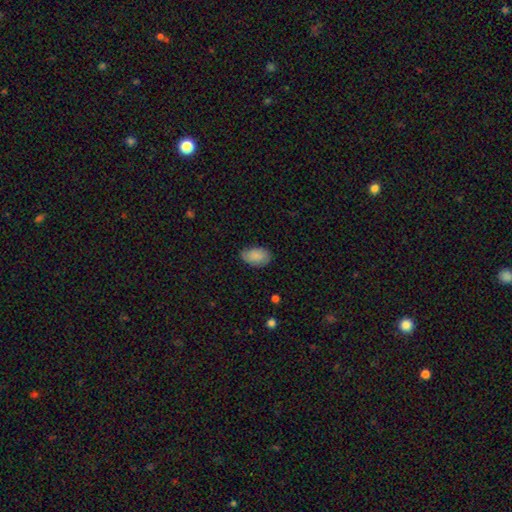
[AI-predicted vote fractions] A smooth galaxy with no disk features (86%) that is in between round and cigar-shaped (92%). Merging: none (76%).